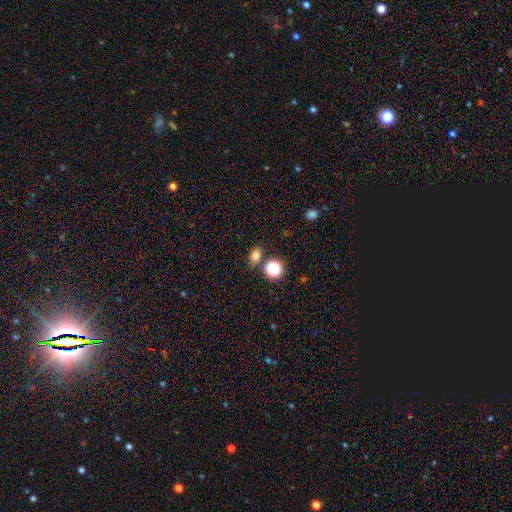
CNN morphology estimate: A smooth galaxy with no disk features (77%) that is in between round and cigar-shaped (66%). Merging: none (74%).